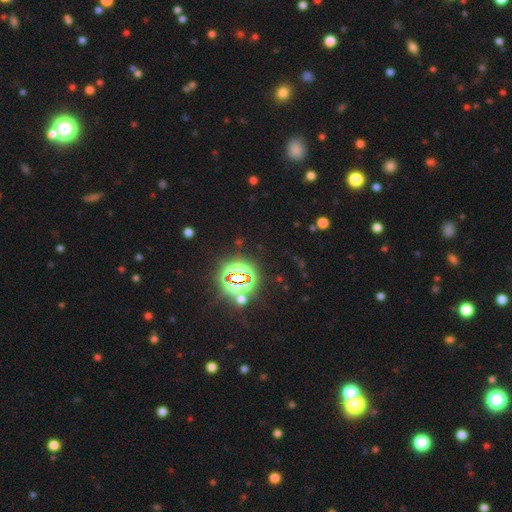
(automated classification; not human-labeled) A star or artifact, not a galaxy (80%).

Vote fractions:
- Smooth or featured? star or artifact: 80% / smooth: 13% / featured or disk: 7%